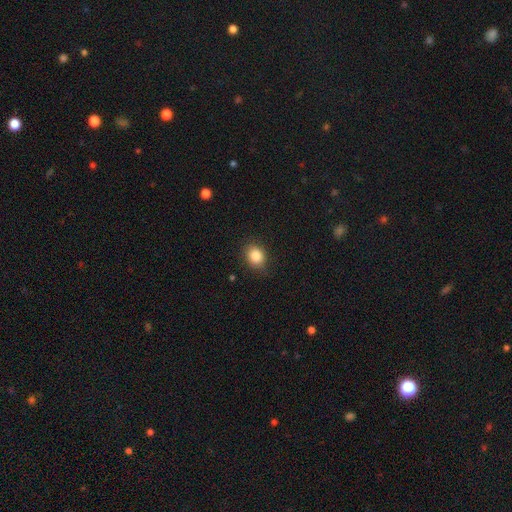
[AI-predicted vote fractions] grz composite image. It shows a smooth galaxy with no disk features (85%) that is round (55%). Merging: none (84%).